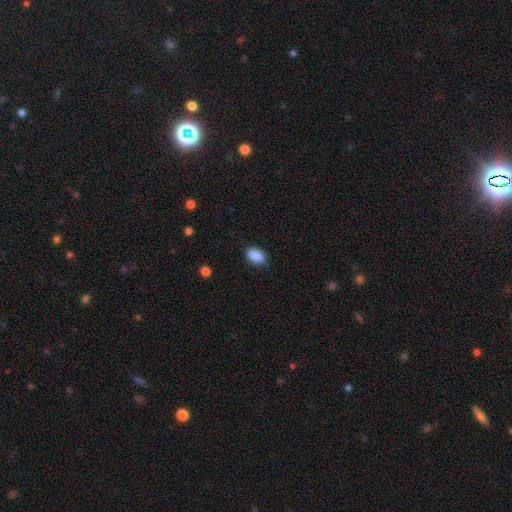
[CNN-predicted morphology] This is clearly a smooth galaxy (89%). How rounded: clearly in between (87%). Merging: likely none (76%).